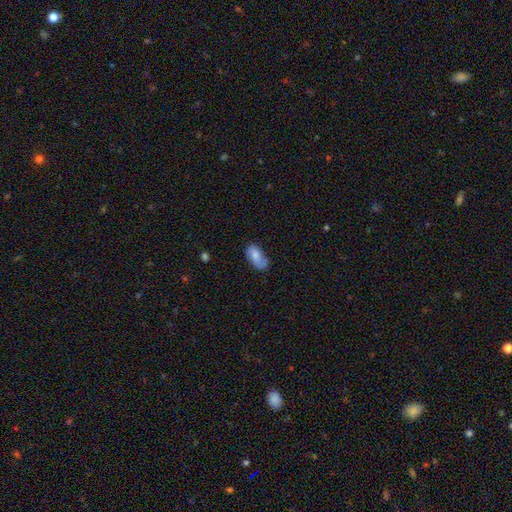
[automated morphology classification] smooth_or_featured: smooth (p=0.70) [alt: featured or disk p=0.23]
how_rounded: in between (p=0.93) [alt: round p=0.04]
merging: none (p=0.53) [alt: minor disturbance p=0.31]